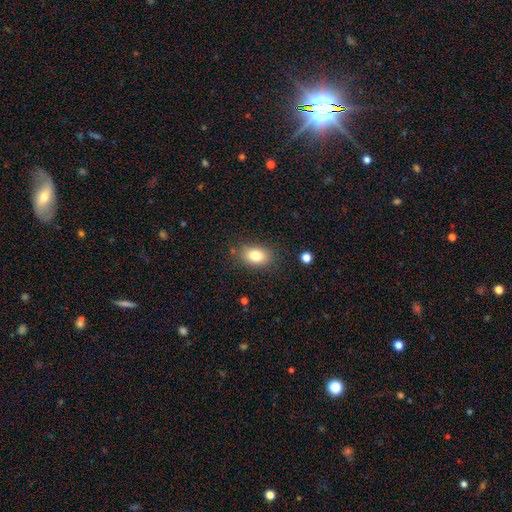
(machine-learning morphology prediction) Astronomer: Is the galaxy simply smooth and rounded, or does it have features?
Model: smooth — 81%.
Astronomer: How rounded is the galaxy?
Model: in between — 83%.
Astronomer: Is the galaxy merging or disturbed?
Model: none — 82%.